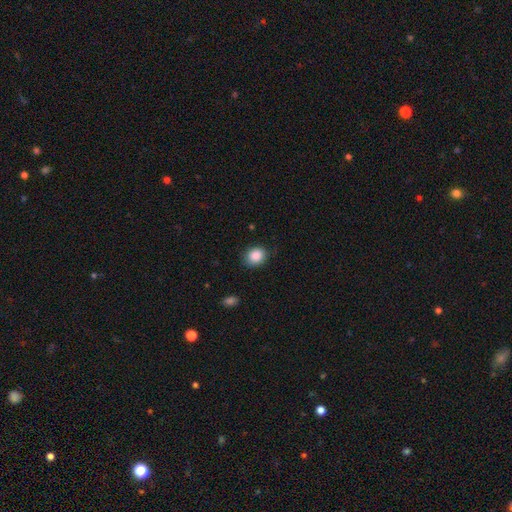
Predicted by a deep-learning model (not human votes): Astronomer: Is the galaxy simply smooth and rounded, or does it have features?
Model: smooth — 88%.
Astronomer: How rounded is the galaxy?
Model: round — 60% (runner-up: in between, 39%).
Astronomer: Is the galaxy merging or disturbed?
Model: none — 82%.